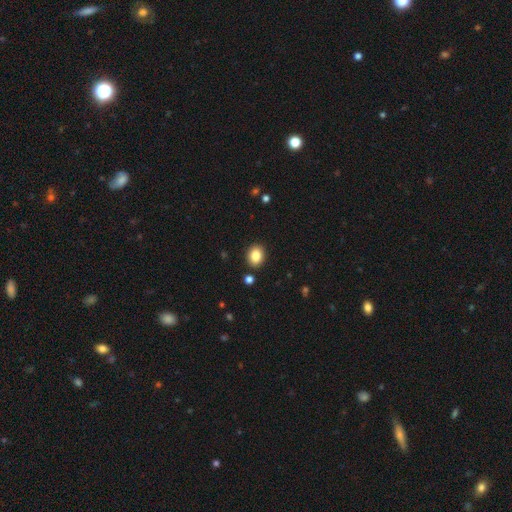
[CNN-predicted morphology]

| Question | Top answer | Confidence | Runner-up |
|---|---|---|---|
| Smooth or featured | smooth | 86% | star or artifact (9%) |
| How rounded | in between | 52% | round (47%) |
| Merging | none | 88% | minor disturbance (7%) |